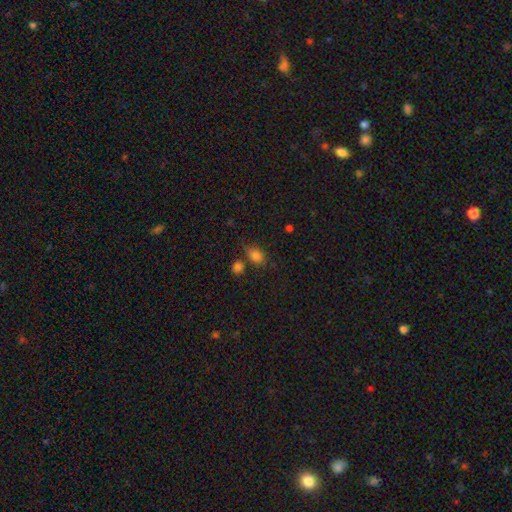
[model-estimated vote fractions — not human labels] A smooth galaxy with no disk features (81%) that is in between round and cigar-shaped (67%).

Vote fractions:
- Smooth or featured? smooth: 81% / star or artifact: 12% / featured or disk: 7%
- How rounded? in between: 67% / round: 31% / cigar-shaped: 2%
- Merging? none: 61% / minor disturbance: 19% / merger: 14% / major disturbance: 6%